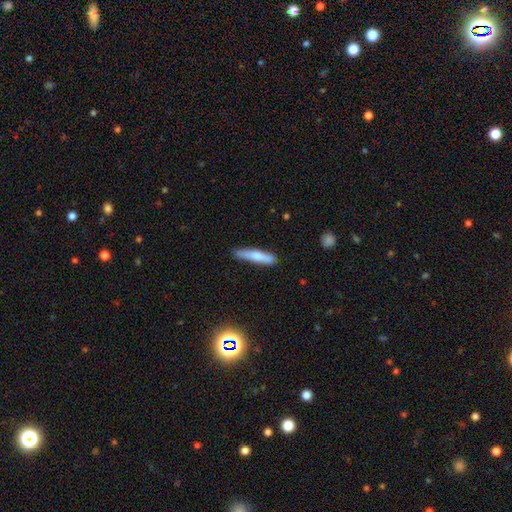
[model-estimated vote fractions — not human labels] Smooth or featured? smooth (56%)
How rounded? cigar-shaped (89%)
Merging? none (86%)